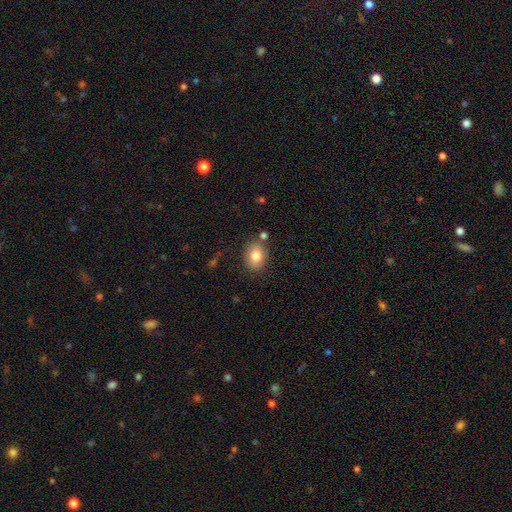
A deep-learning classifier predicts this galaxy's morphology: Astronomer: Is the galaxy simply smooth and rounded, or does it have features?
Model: smooth — 82%.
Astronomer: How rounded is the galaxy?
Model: in between — 68%.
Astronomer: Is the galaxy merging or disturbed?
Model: none — 79%.